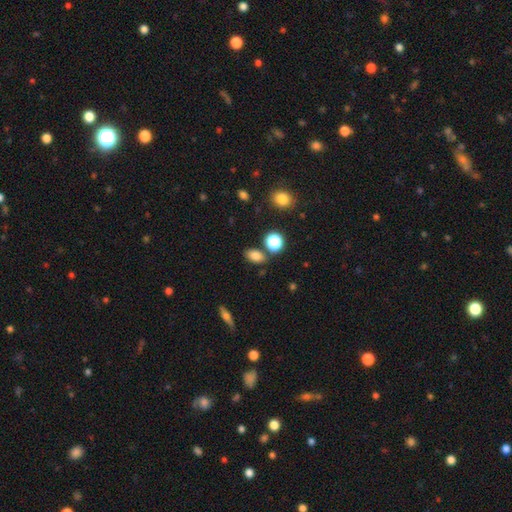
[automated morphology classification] A smooth galaxy with no disk features (79%) that is in between round and cigar-shaped (82%).

Vote fractions:
- Smooth or featured? smooth: 79% / star or artifact: 14% / featured or disk: 7%
- How rounded? in between: 82% / round: 16% / cigar-shaped: 2%
- Merging? none: 78% / minor disturbance: 11% / merger: 9% / major disturbance: 3%